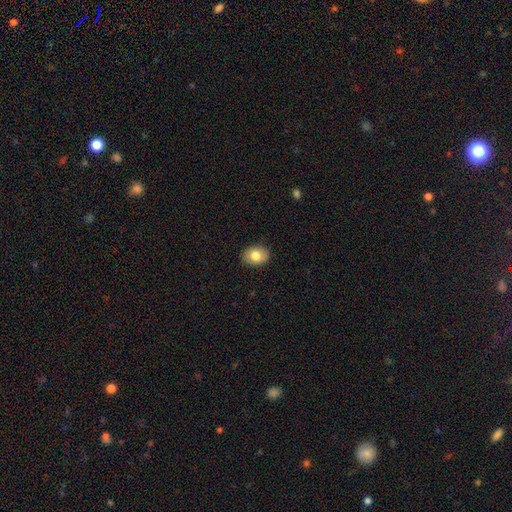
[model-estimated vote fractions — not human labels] Smooth or featured? smooth (81%)
How rounded? in between (68%)
Merging? none (89%)